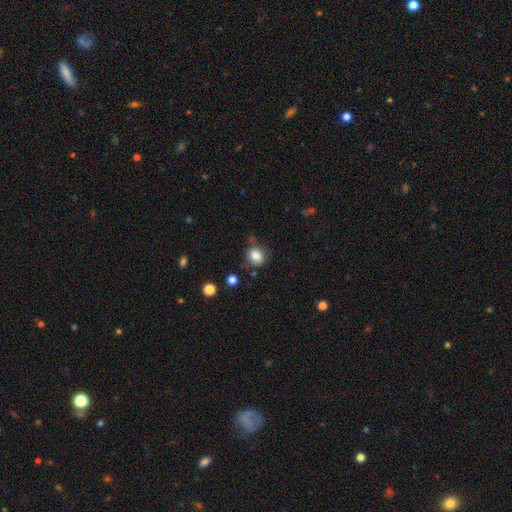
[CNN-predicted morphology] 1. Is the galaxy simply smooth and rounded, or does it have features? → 83% smooth, 10% star or artifact, 6% featured or disk.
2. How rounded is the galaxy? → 64% round, 35% in between, 1% cigar-shaped.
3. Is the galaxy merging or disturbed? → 70% none, 19% minor disturbance, 6% merger, 6% major disturbance.